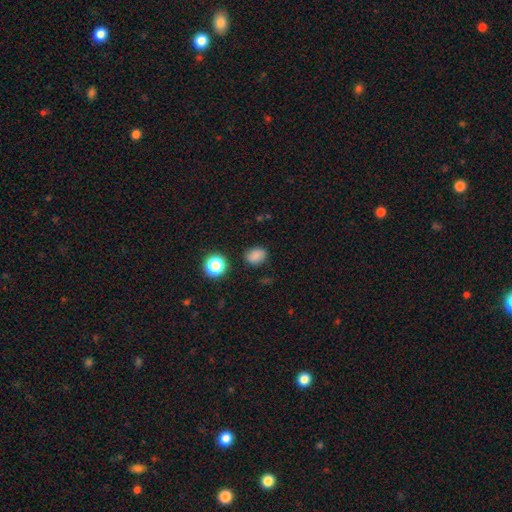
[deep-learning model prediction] smooth_or_featured: smooth (p=0.81) [alt: star or artifact p=0.14]
how_rounded: in between (p=0.59) [alt: round p=0.40]
merging: none (p=0.79) [alt: minor disturbance p=0.14]